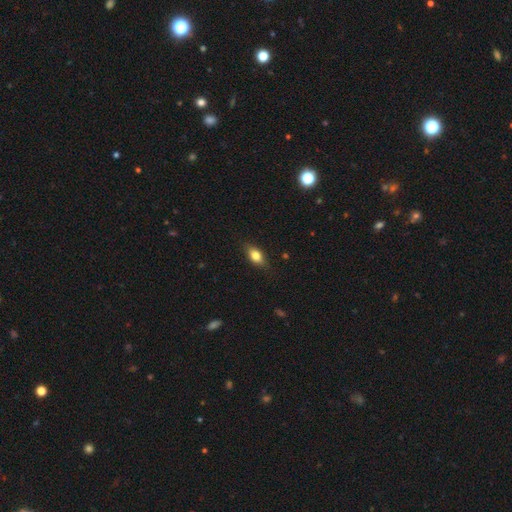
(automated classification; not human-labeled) Overall: smooth (76%). How rounded: in between (81%). Merging: none (82%).